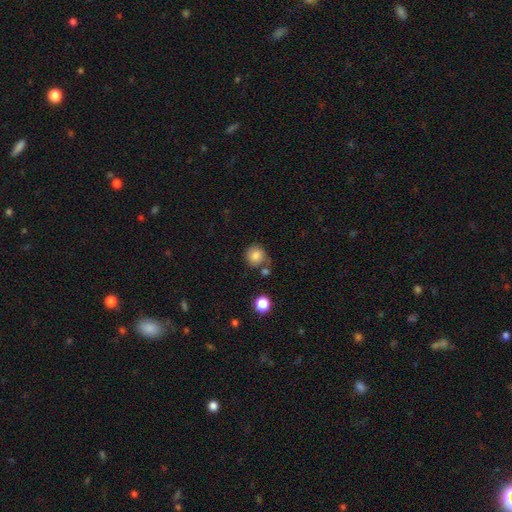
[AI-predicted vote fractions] Smooth or featured: smooth — 82% (star or artifact — 10%)
How rounded: round — 89% (in between — 10%)
Merging: none — 67% (minor disturbance — 16%)